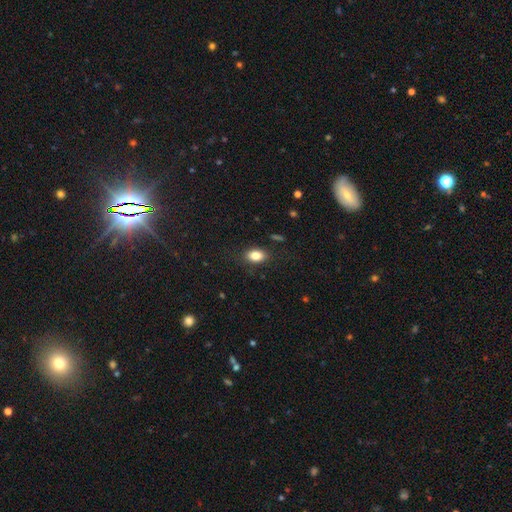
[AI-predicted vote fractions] smooth 84%, star or artifact 9%, featured or disk 7%. Down the decision tree: how rounded — in between (83%); merging — none (84%).